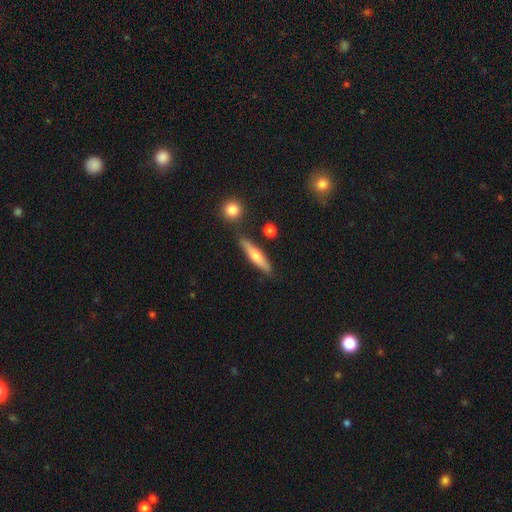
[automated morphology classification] Smooth or featured?
  - smooth: 53% *
  - featured or disk: 40%
  - star or artifact: 6%
How rounded?
  - cigar-shaped: 83% *
  - in between: 14%
  - round: 2%
Merging?
  - none: 83% *
  - minor disturbance: 11%
  - merger: 4%
  - major disturbance: 2%